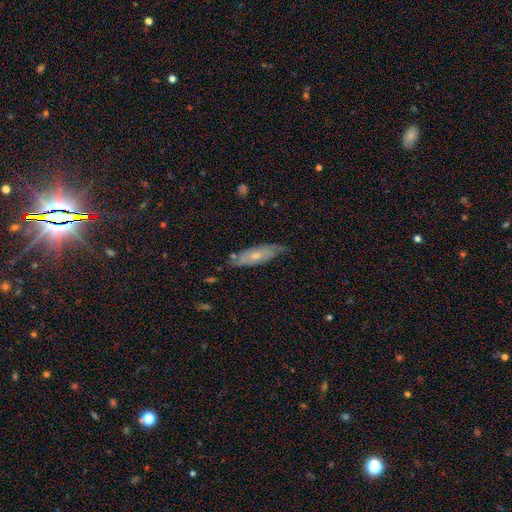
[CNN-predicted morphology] featured or disk 53%, smooth 40%, star or artifact 7%. Down the decision tree: edge-on disk — no (67%); merging — none (68%).